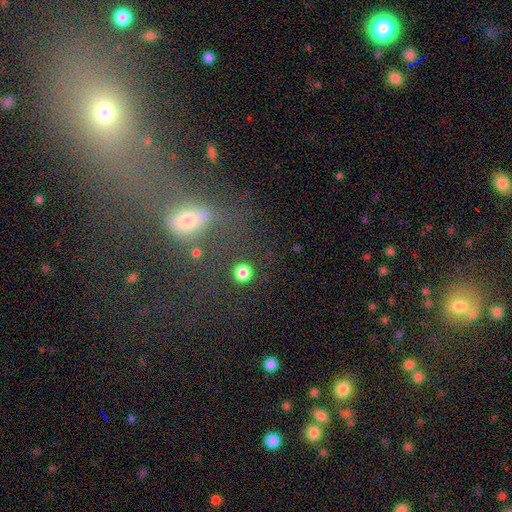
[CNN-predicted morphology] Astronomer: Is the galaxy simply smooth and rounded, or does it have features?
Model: smooth — 45% (runner-up: star or artifact, 33%).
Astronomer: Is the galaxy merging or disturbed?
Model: merger — 50%.